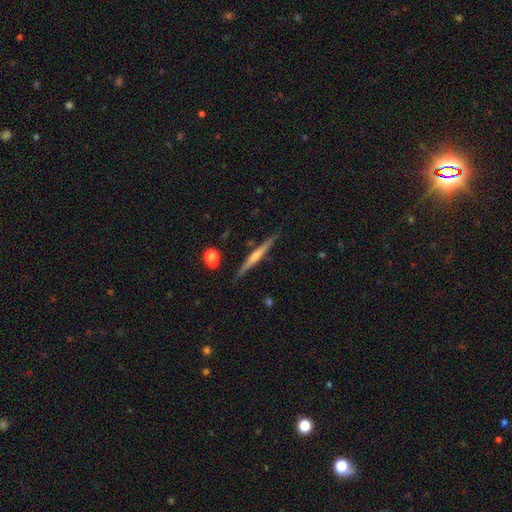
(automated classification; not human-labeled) This is likely a featured or disk galaxy (74%). It is clearly viewed edge-on (98%). Edge-on bulge: likely rounded (69%). Merging: clearly none (88%).